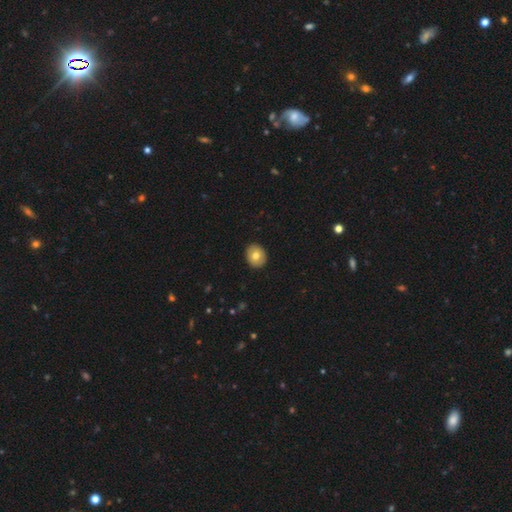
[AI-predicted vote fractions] Smooth or featured?
  - smooth: 75% *
  - featured or disk: 18%
  - star or artifact: 8%
How rounded?
  - round: 65% *
  - in between: 34%
  - cigar-shaped: 1%
Merging?
  - none: 91% *
  - minor disturbance: 6%
  - major disturbance: 2%
  - merger: 1%